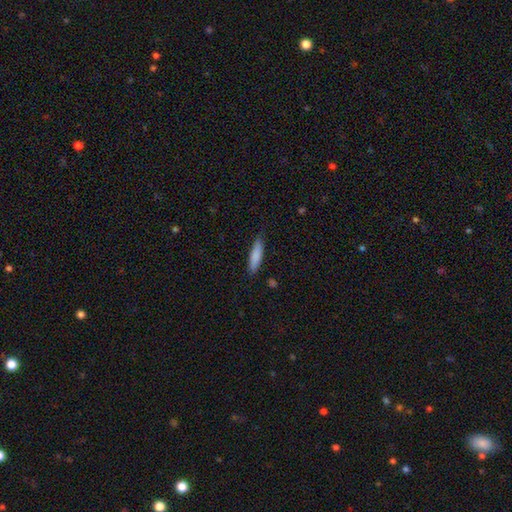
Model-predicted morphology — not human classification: A smooth galaxy with no disk features (84%) that is cigar-shaped (72%).

Vote fractions:
- Smooth or featured? smooth: 84% / featured or disk: 10% / star or artifact: 6%
- How rounded? cigar-shaped: 72% / in between: 26% / round: 1%
- Merging? none: 84% / minor disturbance: 13% / major disturbance: 2% / merger: 1%